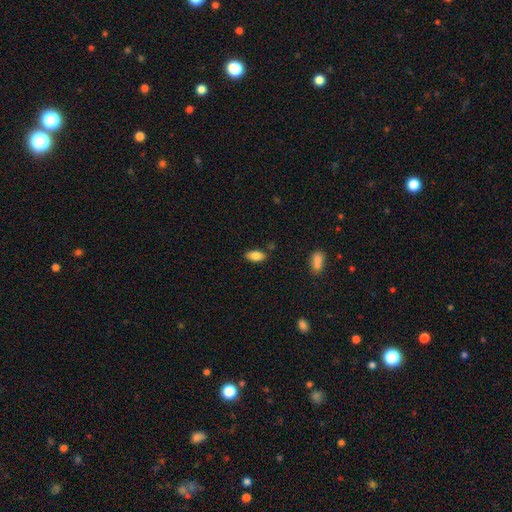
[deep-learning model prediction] Smooth or featured?
  - smooth: 83% *
  - featured or disk: 10%
  - star or artifact: 7%
How rounded?
  - in between: 91% *
  - cigar-shaped: 6%
  - round: 3%
Merging?
  - none: 83% *
  - minor disturbance: 11%
  - merger: 3%
  - major disturbance: 2%